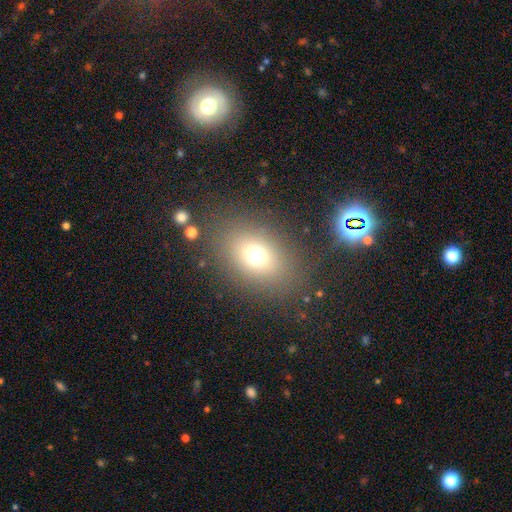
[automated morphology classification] The model was most divided on "how rounded": in between: 62%, round: 36%, cigar-shaped: 1%. More confident: merging — none (82%); smooth or featured — smooth (70%).